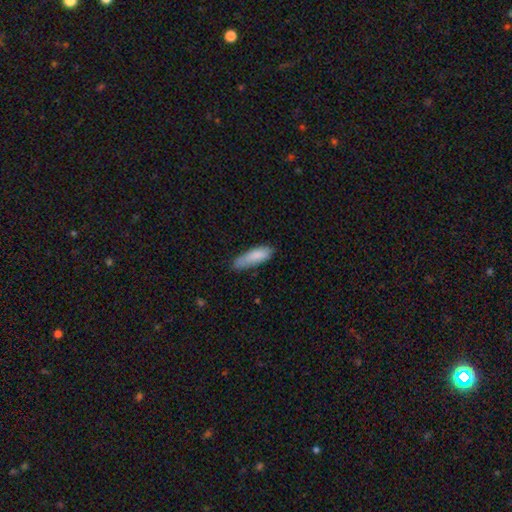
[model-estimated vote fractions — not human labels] Overall: smooth (85%). How rounded: cigar-shaped (50%; in between 49%). Merging: none (63%; minor disturbance 29%).